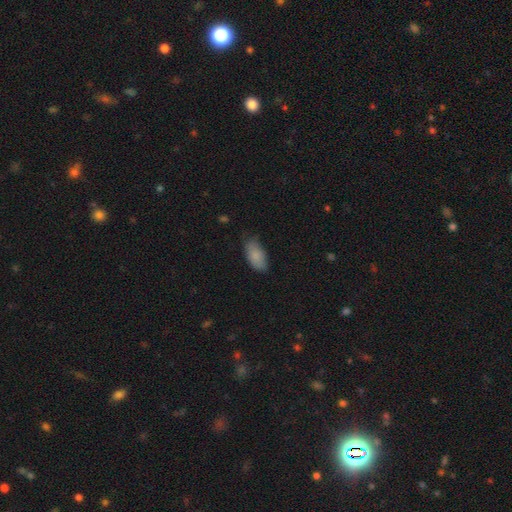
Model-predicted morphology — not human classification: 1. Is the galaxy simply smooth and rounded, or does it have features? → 86% smooth, 7% featured or disk, 7% star or artifact.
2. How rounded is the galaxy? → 93% in between, 5% cigar-shaped, 3% round.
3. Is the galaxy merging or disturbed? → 71% none, 24% minor disturbance, 4% major disturbance, 1% merger.